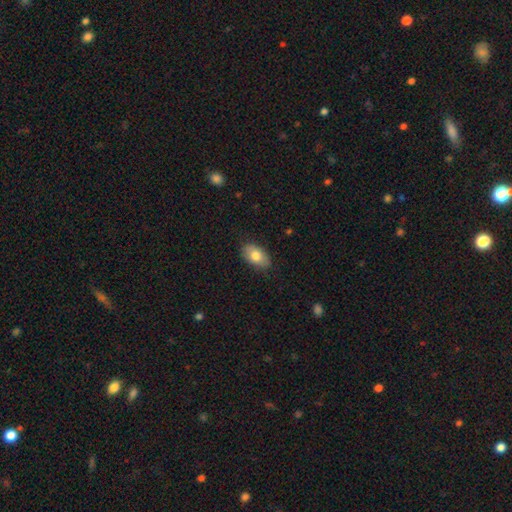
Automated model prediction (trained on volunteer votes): smooth_or_featured: smooth (p=0.77) [alt: featured or disk p=0.16]
how_rounded: in between (p=0.91) [alt: round p=0.07]
merging: none (p=0.84) [alt: minor disturbance p=0.12]